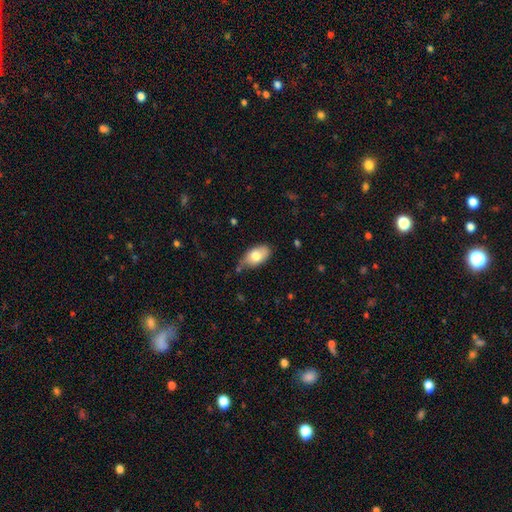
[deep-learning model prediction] Smooth or featured? Predicted: smooth (p=0.77). How rounded? Predicted: in between (p=0.93). Merging? Predicted: none (p=0.65).